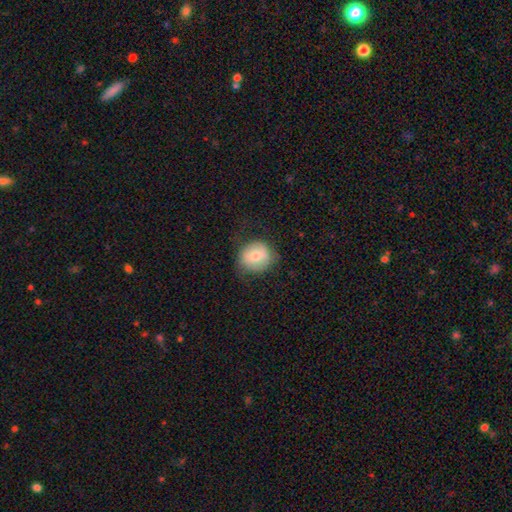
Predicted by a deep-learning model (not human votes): A smooth galaxy with no disk features (71%) that is round (75%). Merging: none (72%).